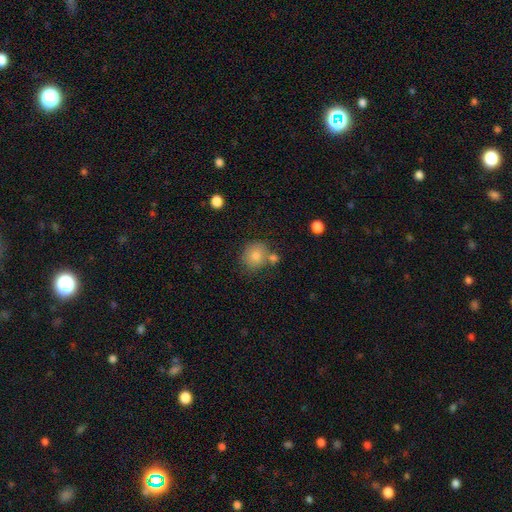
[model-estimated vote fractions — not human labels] This is likely a smooth galaxy (78%). How rounded: clearly round (81%). Merging: likely none (67%).